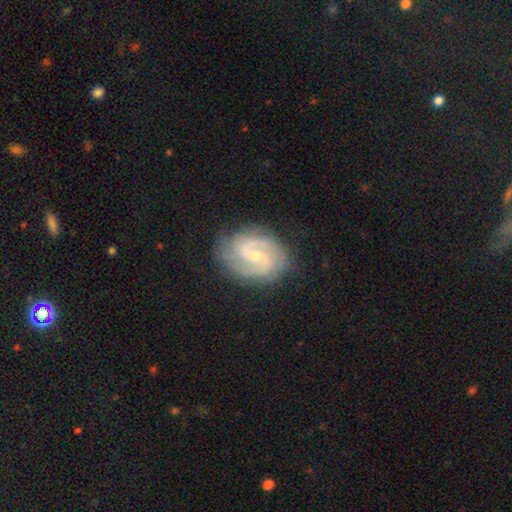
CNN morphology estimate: smooth_or_featured: featured or disk (p=0.89) [alt: smooth p=0.06]
disk_edge_on: no (p=0.98) [alt: yes p=0.02]
bar: weak (p=0.52) [alt: no p=0.33]
has_spiral_arms: yes (p=0.98) [alt: no p=0.02]
spiral_winding: medium (p=0.52) [alt: tight p=0.36]
spiral_arm_count: 2 (p=0.81) [alt: 3 p=0.08]
bulge_size: small (p=0.62) [alt: moderate p=0.34]
merging: none (p=0.81) [alt: minor disturbance p=0.14]